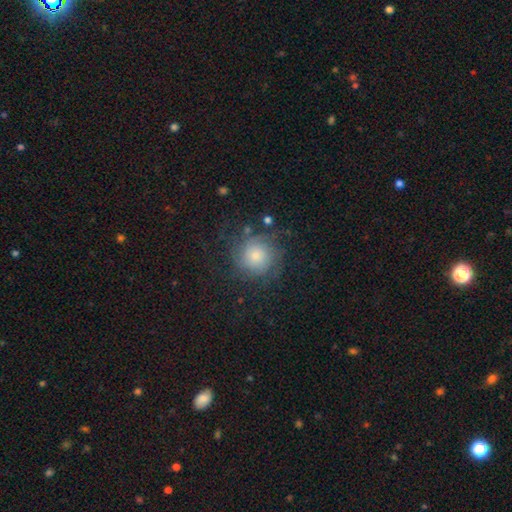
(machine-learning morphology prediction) Overall: smooth (50%; featured or disk 39%). Merging: none (67%).